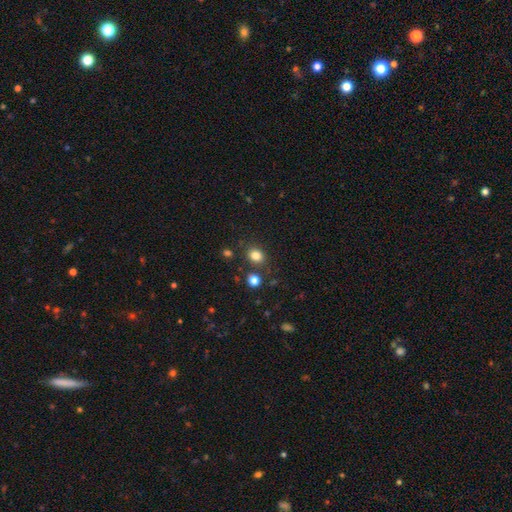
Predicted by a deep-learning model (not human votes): The model was most divided on "how rounded": round: 60%, in between: 39%, cigar-shaped: 1%. More confident: smooth or featured — smooth (81%); merging — none (81%).